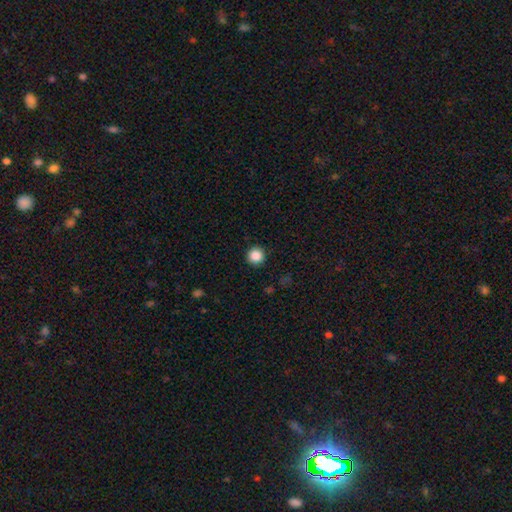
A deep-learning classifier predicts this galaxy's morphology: smooth-or-featured: smooth: 87% | star or artifact: 10% | featured or disk: 3%
  how-rounded: round: 96% | in between: 3% | cigar-shaped: 1%
  merging: none: 92% | minor disturbance: 5% | major disturbance: 2% | merger: 1%